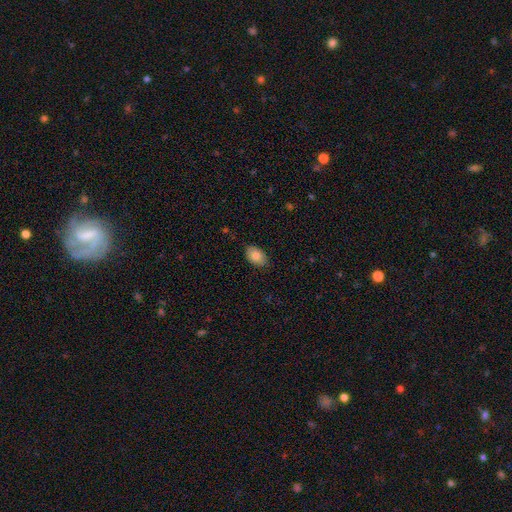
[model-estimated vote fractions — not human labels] Q: Smooth or featured?
A: smooth (83%); runner-up: featured or disk (10%)
Q: How rounded?
A: in between (87%); runner-up: round (12%)
Q: Merging?
A: none (84%); runner-up: minor disturbance (12%)